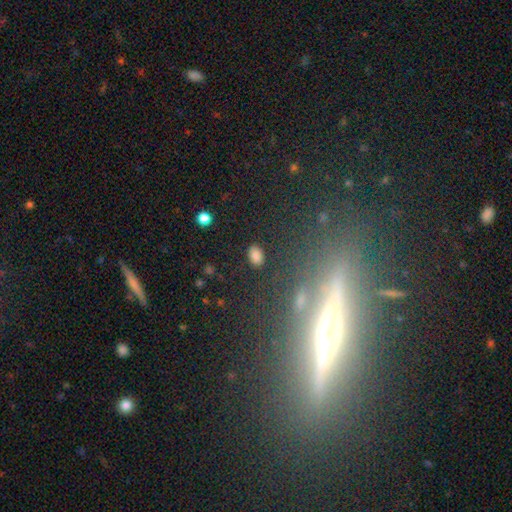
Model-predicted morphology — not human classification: Smooth or featured: smooth — 81% (star or artifact — 14%)
How rounded: in between — 87% (round — 11%)
Merging: none — 87% (minor disturbance — 9%)